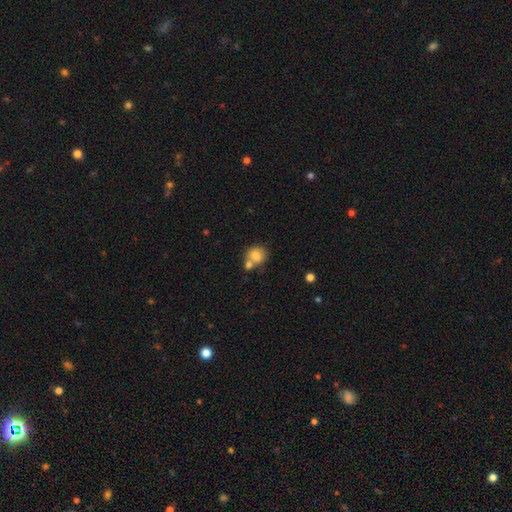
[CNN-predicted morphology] type=smooth (79%); roundness=round (73%); merging=none (46%).